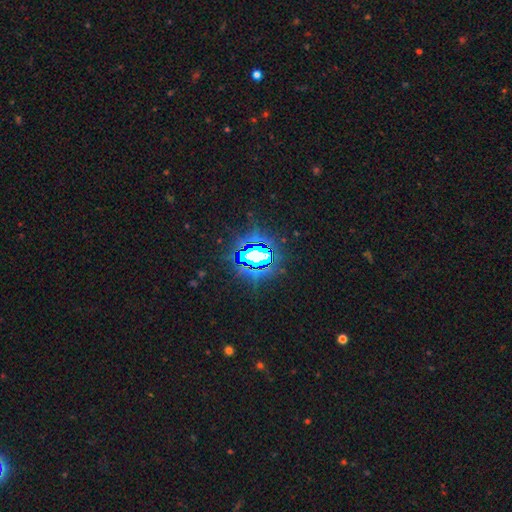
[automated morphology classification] smooth-or-featured: star or artifact: 79% | smooth: 11% | featured or disk: 10%